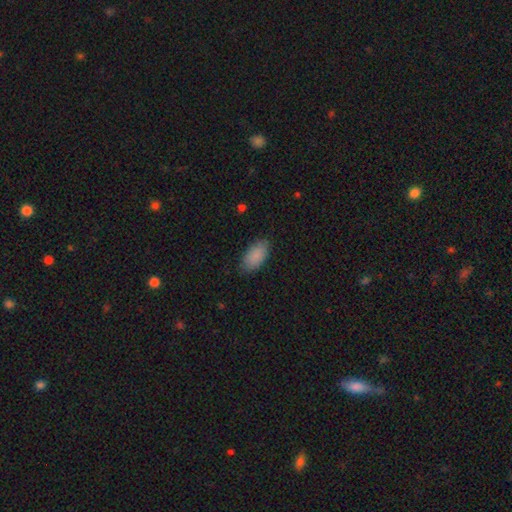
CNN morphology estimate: Smooth or featured: smooth — 89% (star or artifact — 6%)
How rounded: in between — 94% (cigar-shaped — 4%)
Merging: none — 83% (minor disturbance — 13%)